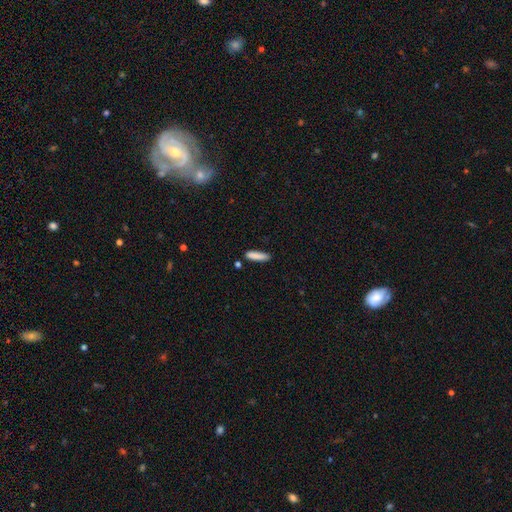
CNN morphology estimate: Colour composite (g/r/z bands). It shows a smooth galaxy with no disk features (87%) that is cigar-shaped (75%). Merging: none (82%).